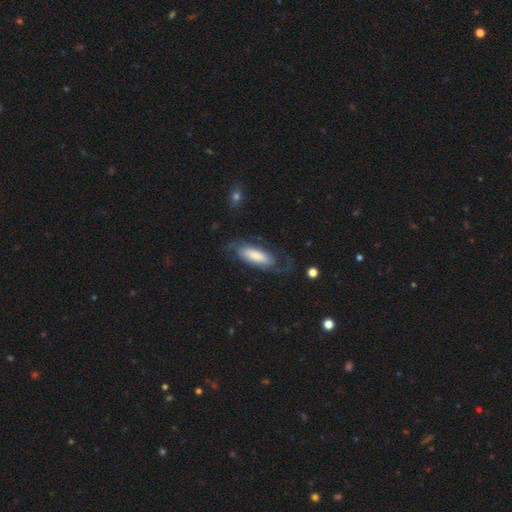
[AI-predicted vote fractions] smooth-or-featured: featured or disk: 52% | smooth: 42% | star or artifact: 6%
  disk-edge-on: no: 86% | yes: 14%
  merging: none: 65% | minor disturbance: 19% | major disturbance: 15% | merger: 2%